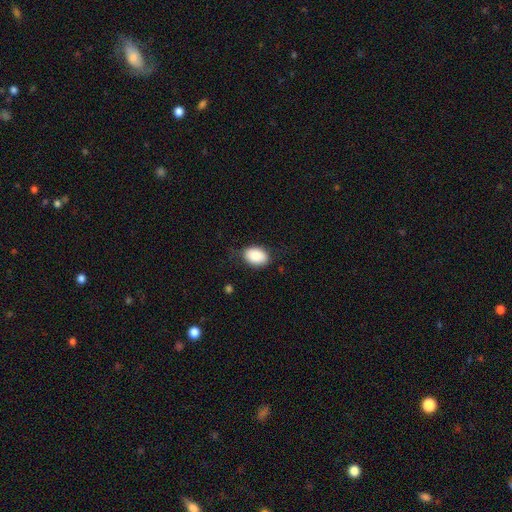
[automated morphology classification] The model was most divided on "merging": none: 77%, minor disturbance: 17%, major disturbance: 5%, merger: 1%. More confident: smooth or featured — smooth (88%); how rounded — in between (81%).